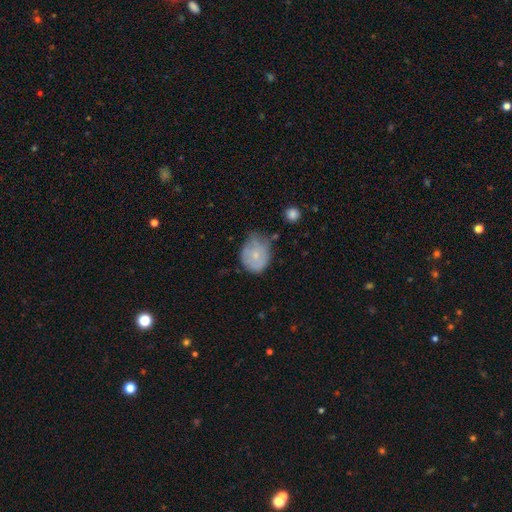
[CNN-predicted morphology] Q: Smooth or featured?
A: smooth (65%); runner-up: featured or disk (28%)
Q: How rounded?
A: round (54%); runner-up: in between (45%)
Q: Merging?
A: minor disturbance (42%); runner-up: none (39%)